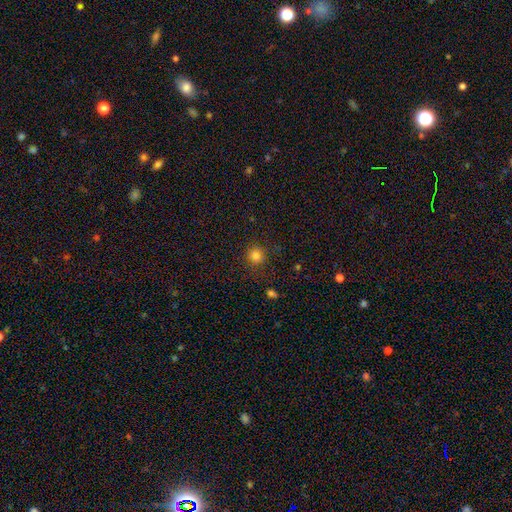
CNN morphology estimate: A smooth galaxy with no disk features (82%) that is round (92%). Merging: none (85%).